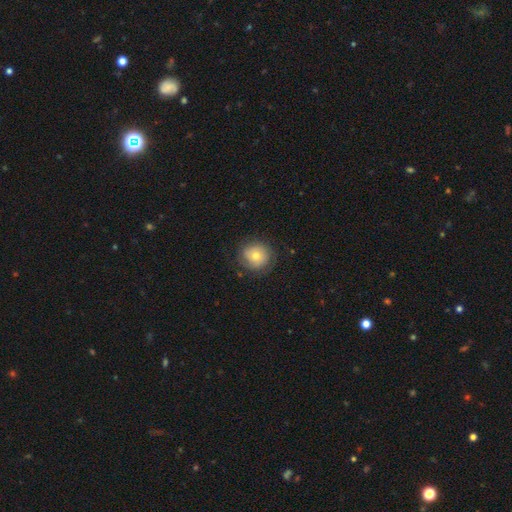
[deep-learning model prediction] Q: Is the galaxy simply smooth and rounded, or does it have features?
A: smooth — 61%.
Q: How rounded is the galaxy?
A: round — 90%.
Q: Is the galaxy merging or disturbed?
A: none — 77%.